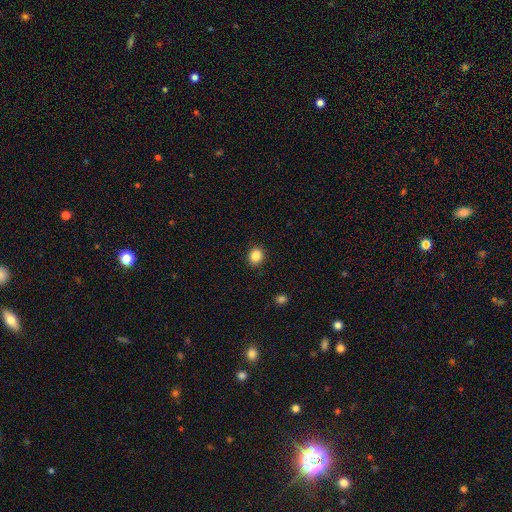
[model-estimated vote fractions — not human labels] smooth 86%, star or artifact 10%, featured or disk 4%. Down the decision tree: how rounded — round (73%); merging — none (91%).